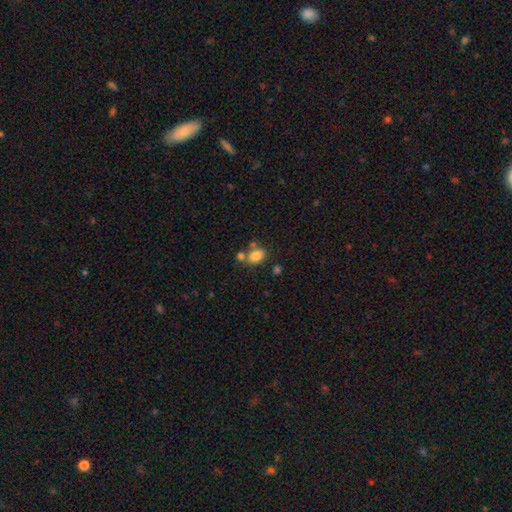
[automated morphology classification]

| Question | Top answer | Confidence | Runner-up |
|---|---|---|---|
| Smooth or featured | smooth | 82% | star or artifact (10%) |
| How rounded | in between | 72% | round (27%) |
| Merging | none | 59% | merger (24%) |